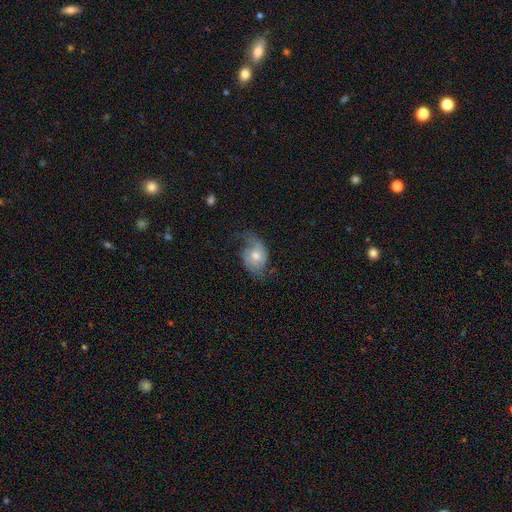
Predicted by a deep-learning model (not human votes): Q: Smooth or featured?
A: featured or disk (66%); runner-up: smooth (26%)
Q: Edge-on disk?
A: no (96%); runner-up: yes (4%)
Q: Bar?
A: no (70%); runner-up: weak (25%)
Q: Spiral arms?
A: yes (88%); runner-up: no (12%)
Q: Spiral winding?
A: loose (42%); runner-up: medium (38%)
Q: Spiral arm count?
A: 2 (66%); runner-up: 1 (21%)
Q: Bulge size?
A: moderate (68%); runner-up: small (22%)
Q: Merging?
A: none (50%); runner-up: minor disturbance (27%)